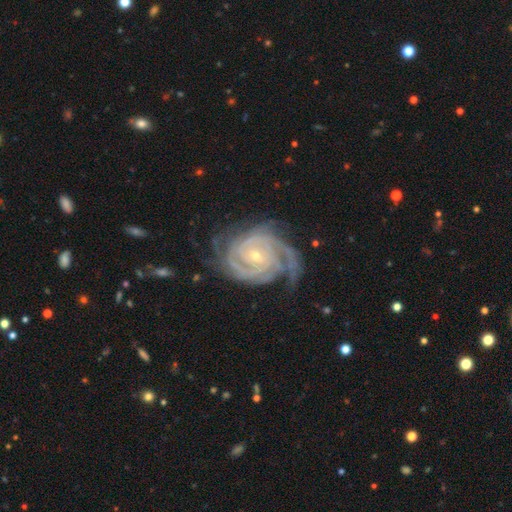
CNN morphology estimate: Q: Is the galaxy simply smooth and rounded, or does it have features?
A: featured or disk — 92%.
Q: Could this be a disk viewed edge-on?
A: no — 97%.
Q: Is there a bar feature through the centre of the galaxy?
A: no — 63%.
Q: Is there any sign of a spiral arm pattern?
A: yes — 99%.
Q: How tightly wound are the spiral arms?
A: tight — 77%.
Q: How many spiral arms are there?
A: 3 — 30%.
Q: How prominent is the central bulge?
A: small — 73%.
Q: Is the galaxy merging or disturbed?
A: none — 66%.